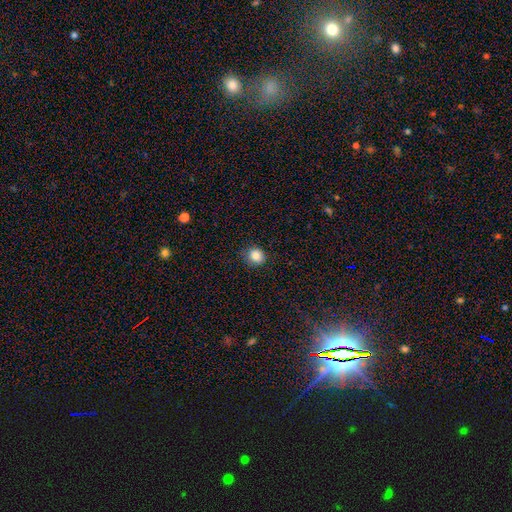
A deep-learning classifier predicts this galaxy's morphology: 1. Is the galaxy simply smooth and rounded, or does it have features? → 85% smooth, 10% star or artifact, 4% featured or disk.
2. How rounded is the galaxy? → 83% round, 16% in between, 1% cigar-shaped.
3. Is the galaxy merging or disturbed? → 85% none, 12% minor disturbance, 3% major disturbance, 1% merger.